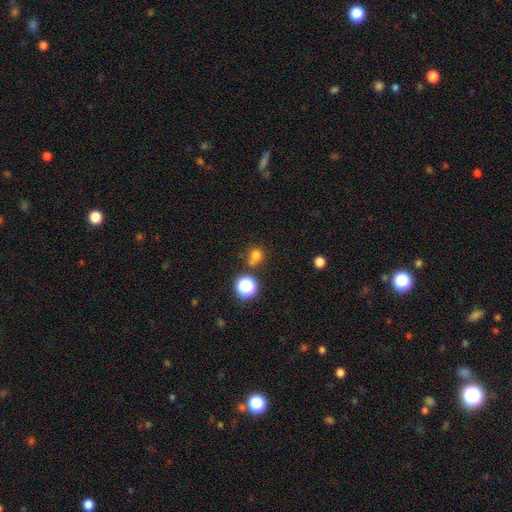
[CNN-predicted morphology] smooth 73%, star or artifact 20%, featured or disk 7%. Down the decision tree: how rounded — round (84%); merging — none (64%).